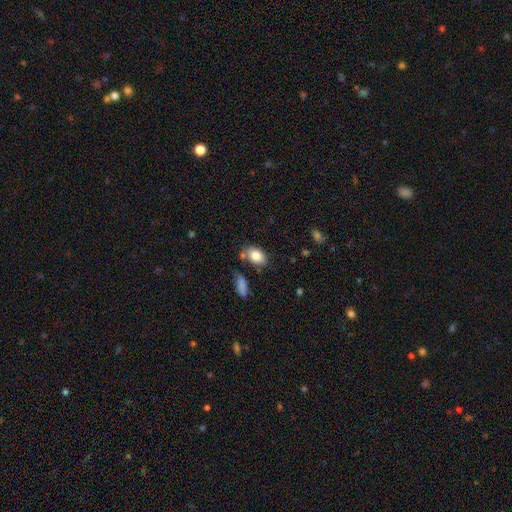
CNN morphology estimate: Smooth or featured? Predicted: smooth (p=0.82). How rounded? Predicted: in between (p=0.87). Merging? Predicted: none (p=0.68).